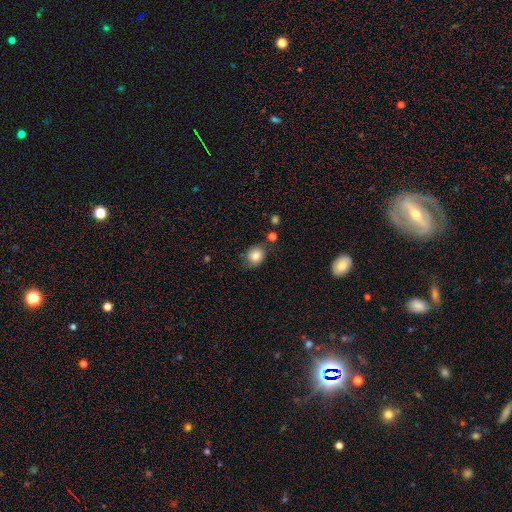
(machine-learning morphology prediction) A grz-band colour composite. It shows a smooth galaxy with no disk features (81%) that is round (67%). Merging: none (73%).